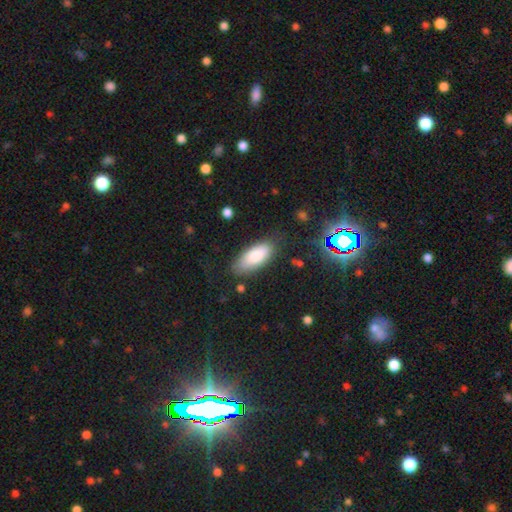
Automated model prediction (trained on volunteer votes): smooth_or_featured: smooth (p=0.80) [alt: featured or disk p=0.13]
how_rounded: in between (p=0.85) [alt: cigar-shaped p=0.13]
merging: none (p=0.77) [alt: minor disturbance p=0.16]